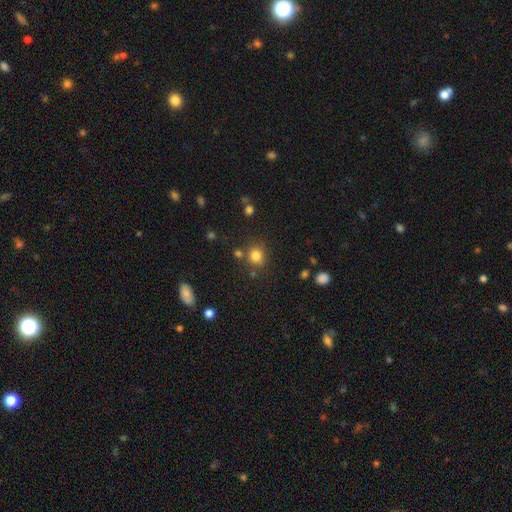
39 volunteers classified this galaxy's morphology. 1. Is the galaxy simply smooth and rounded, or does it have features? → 87% smooth, 8% featured or disk, 5% star or artifact.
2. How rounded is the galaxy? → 91% round, 9% in between, 0% cigar-shaped.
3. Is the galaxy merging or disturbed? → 76% none, 11% minor disturbance, 8% merger, 5% major disturbance.